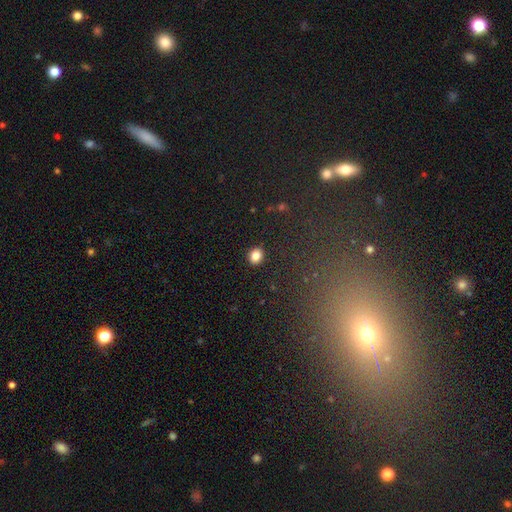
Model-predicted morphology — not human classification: A smooth galaxy with no disk features (84%) that is round (63%). Merging: none (90%).